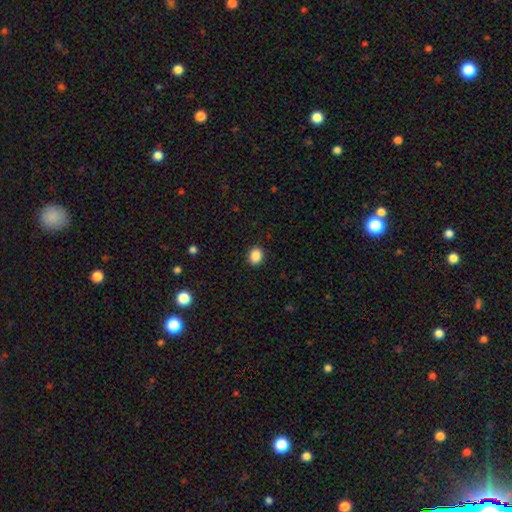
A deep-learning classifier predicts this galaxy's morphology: Smooth or featured?
  - smooth: 88% *
  - star or artifact: 9%
  - featured or disk: 3%
How rounded?
  - in between: 50% *
  - round: 49%
  - cigar-shaped: 1%
Merging?
  - none: 91% *
  - minor disturbance: 6%
  - major disturbance: 2%
  - merger: 1%